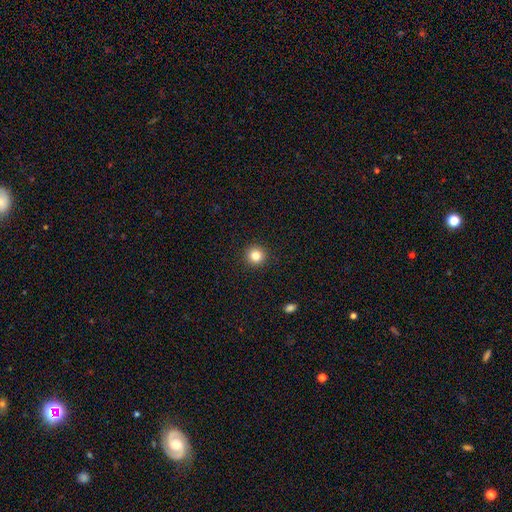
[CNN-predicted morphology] smooth-or-featured: smooth: 83% | star or artifact: 12% | featured or disk: 5%
  how-rounded: round: 95% | in between: 4% | cigar-shaped: 1%
  merging: none: 93% | minor disturbance: 4% | major disturbance: 2% | merger: 1%